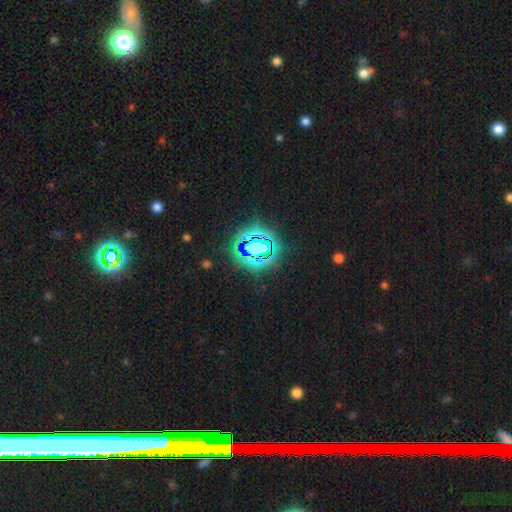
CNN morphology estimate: A star or artifact, not a galaxy (79%).

Vote fractions:
- Smooth or featured? star or artifact: 79% / smooth: 13% / featured or disk: 8%